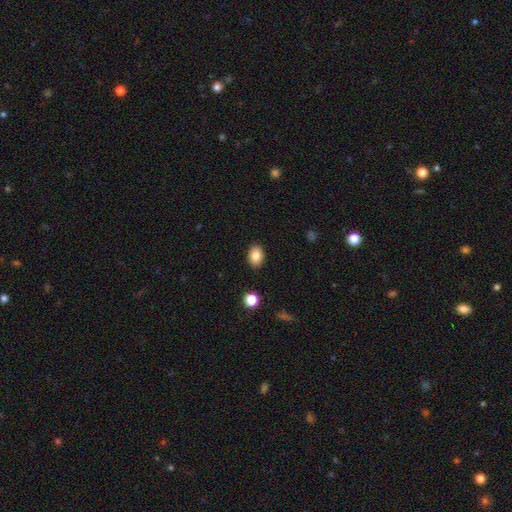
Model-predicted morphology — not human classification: This appears to be a smooth galaxy with no disk features (85%) that is in between round and cigar-shaped (76%). Merging: none (89%).